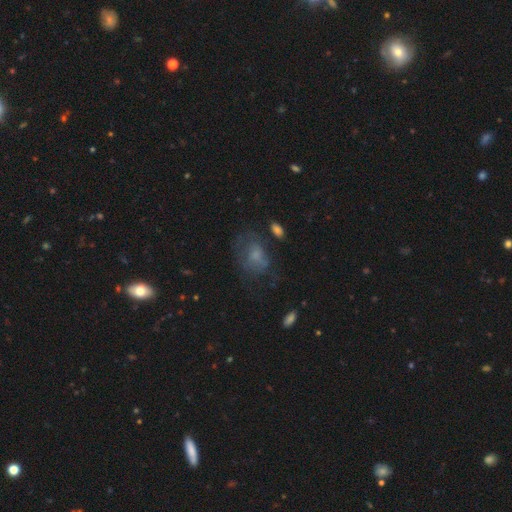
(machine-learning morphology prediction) Smooth or featured?
  - smooth: 54% *
  - featured or disk: 31%
  - star or artifact: 15%
How rounded?
  - in between: 67% *
  - round: 31%
  - cigar-shaped: 2%
Merging?
  - none: 46% *
  - major disturbance: 25%
  - minor disturbance: 24%
  - merger: 4%